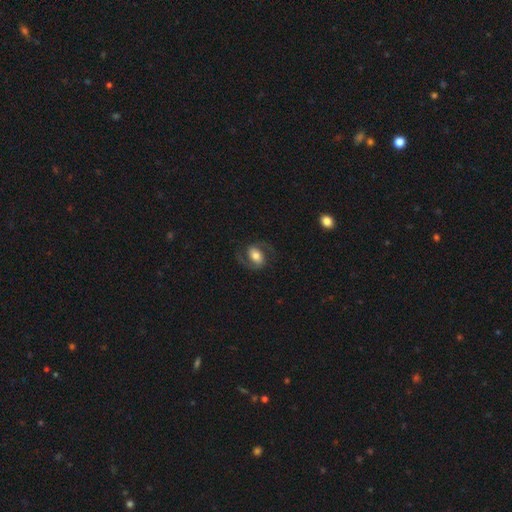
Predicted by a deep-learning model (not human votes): Overall: featured or disk (76%). Edge-on disk: no (97%). Bar: weak (36%; no 34%). Spiral arms: yes (94%). Spiral arm count: 2 (93%). Spiral winding: medium (54%; loose 31%). Bulge size: moderate (60%; large 21%). Merging: none (76%).